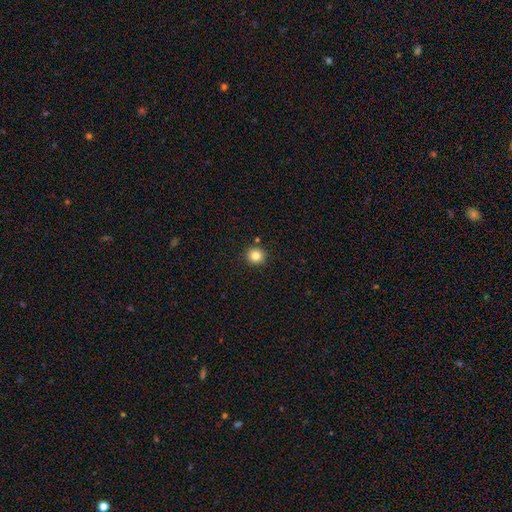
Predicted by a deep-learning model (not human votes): Q: Smooth or featured?
A: smooth (83%); runner-up: star or artifact (11%)
Q: How rounded?
A: round (93%); runner-up: in between (7%)
Q: Merging?
A: none (89%); runner-up: minor disturbance (6%)